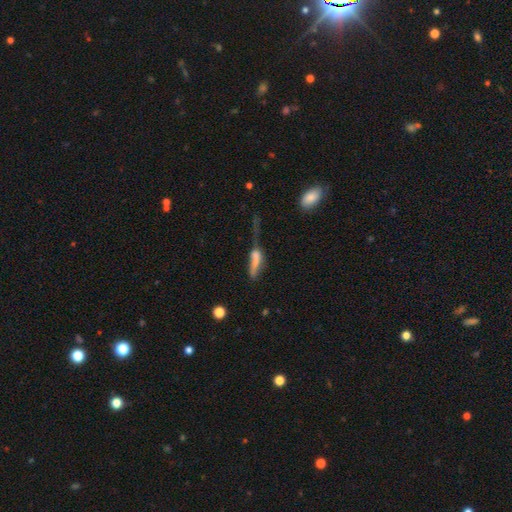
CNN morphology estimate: smooth 49%, featured or disk 38%, star or artifact 13%. Down the decision tree: merging — major disturbance (40%).